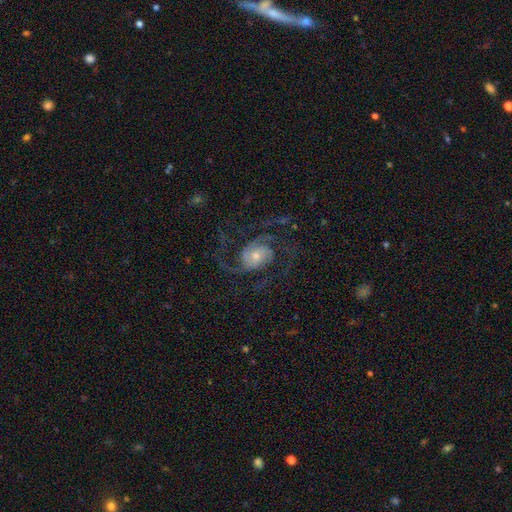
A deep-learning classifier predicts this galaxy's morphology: featured or disk 90%, star or artifact 5%, smooth 5%. Down the decision tree: edge-on disk — no (98%); bar — no (64%); spiral arms — yes (98%); spiral arm count — 2 (56%); spiral winding — medium (57%); bulge size — small (48%); merging — none (67%).